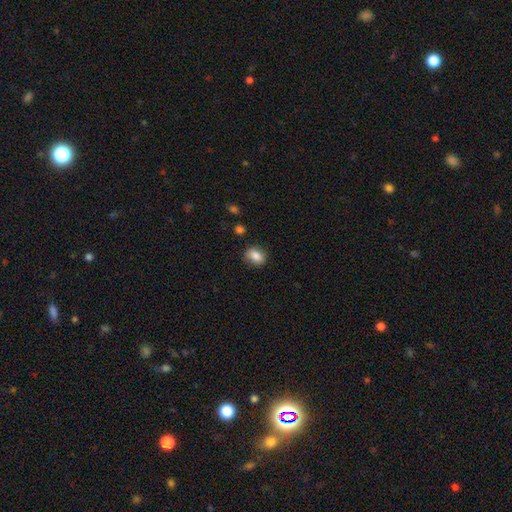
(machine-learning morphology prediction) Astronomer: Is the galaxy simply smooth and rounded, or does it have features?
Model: smooth — 82%.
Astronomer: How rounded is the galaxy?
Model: in between — 58% (runner-up: round, 41%).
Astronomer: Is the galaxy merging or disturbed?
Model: none — 82%.